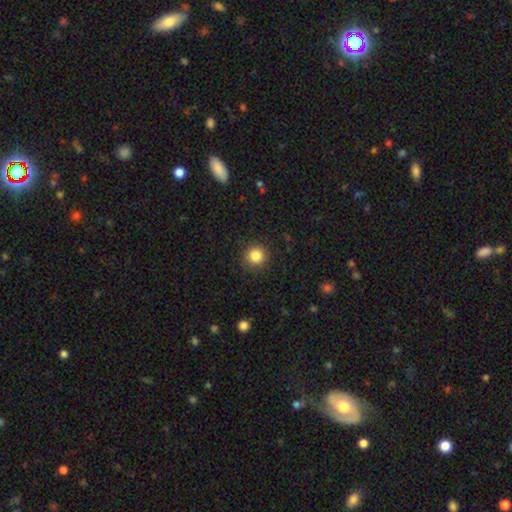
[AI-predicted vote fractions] A smooth galaxy with no disk features (85%) that is round (94%). Merging: none (90%).